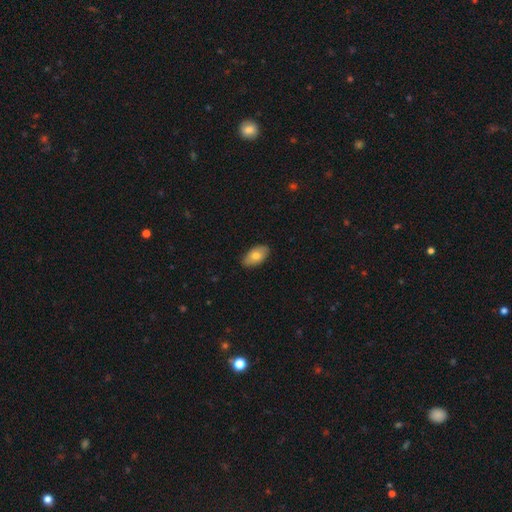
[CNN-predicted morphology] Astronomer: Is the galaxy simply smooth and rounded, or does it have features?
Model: smooth — 73%.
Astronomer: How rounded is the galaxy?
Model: in between — 94%.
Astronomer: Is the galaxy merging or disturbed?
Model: none — 86%.